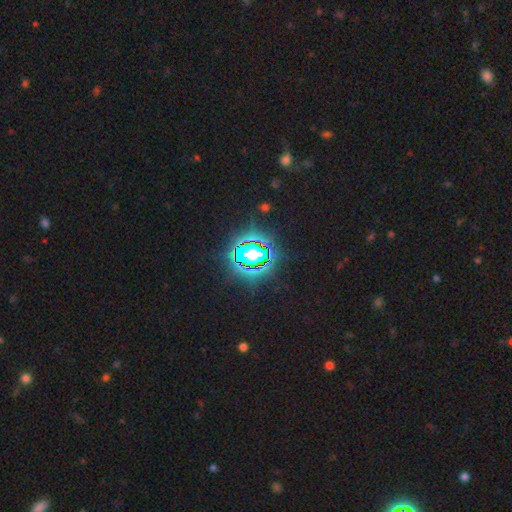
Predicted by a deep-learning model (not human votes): Smooth or featured? star or artifact (85%)